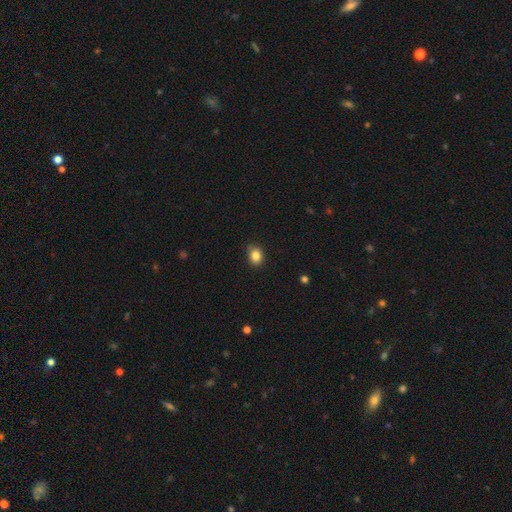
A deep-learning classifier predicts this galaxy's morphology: The model was most divided on "how rounded": round: 52%, in between: 47%, cigar-shaped: 1%. More confident: smooth or featured — smooth (85%); merging — none (81%).